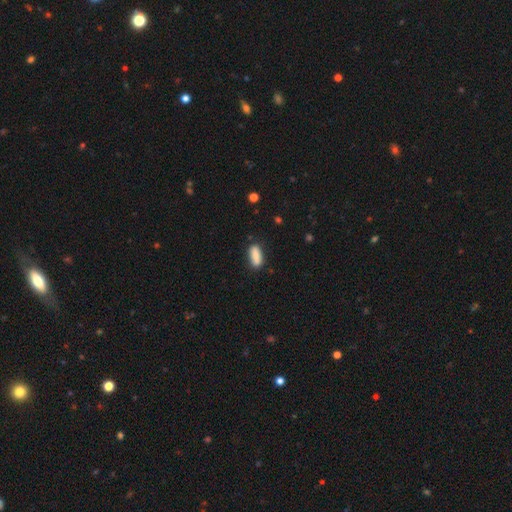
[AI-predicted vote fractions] smooth 87%, star or artifact 7%, featured or disk 6%. Down the decision tree: how rounded — in between (77%); merging — none (81%).